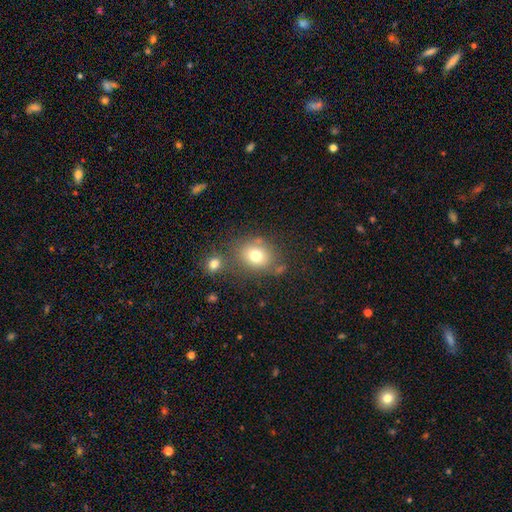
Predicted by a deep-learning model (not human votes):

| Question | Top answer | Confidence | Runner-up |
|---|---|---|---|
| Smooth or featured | smooth | 75% | featured or disk (13%) |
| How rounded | round | 59% | in between (40%) |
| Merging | none | 63% | merger (16%) |